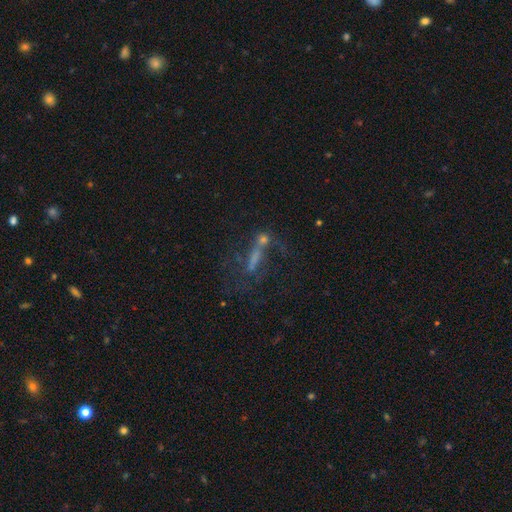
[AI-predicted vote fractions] The model was most divided on "merging": none: 39%, major disturbance: 29%, merger: 17%, minor disturbance: 15%. Remaining: smooth or featured — featured or disk (43%).